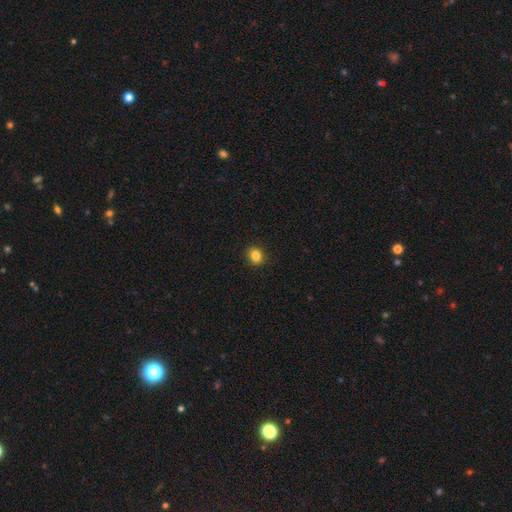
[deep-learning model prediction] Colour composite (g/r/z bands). It shows a smooth galaxy with no disk features (85%) that is round (74%). Merging: none (92%).